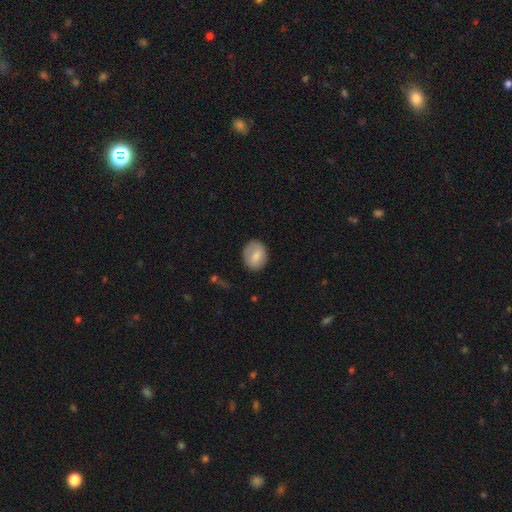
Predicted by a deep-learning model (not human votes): smooth_or_featured: smooth (p=0.77) [alt: featured or disk p=0.16]
how_rounded: round (p=0.55) [alt: in between p=0.44]
merging: none (p=0.80) [alt: minor disturbance p=0.15]